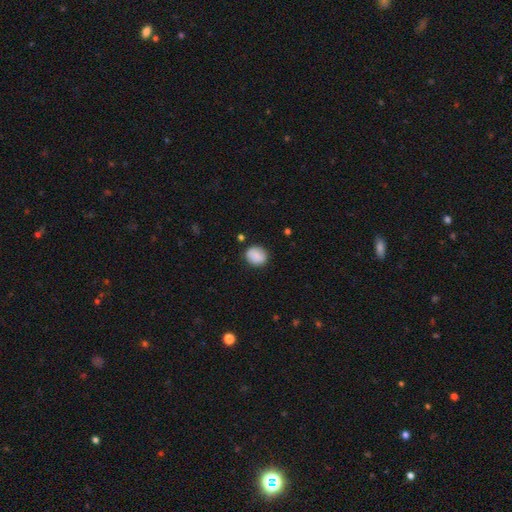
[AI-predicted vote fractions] Smooth or featured?
  - smooth: 85% *
  - star or artifact: 8%
  - featured or disk: 8%
How rounded?
  - round: 68% *
  - in between: 31%
  - cigar-shaped: 1%
Merging?
  - none: 83% *
  - minor disturbance: 12%
  - major disturbance: 3%
  - merger: 2%